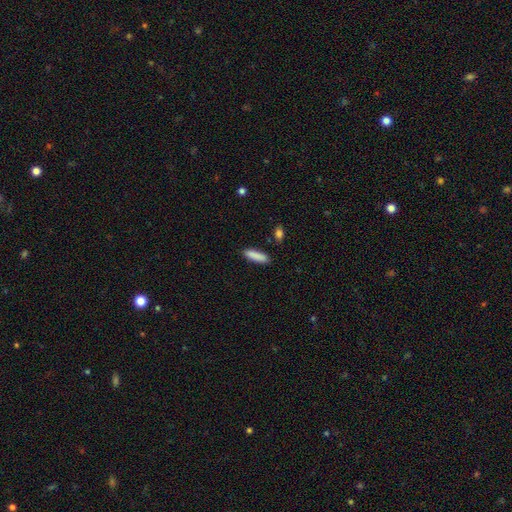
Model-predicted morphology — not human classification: A smooth galaxy with no disk features (88%) that is cigar-shaped (65%).

Vote fractions:
- Smooth or featured? smooth: 88% / star or artifact: 7% / featured or disk: 6%
- How rounded? cigar-shaped: 65% / in between: 33% / round: 2%
- Merging? none: 87% / minor disturbance: 9% / merger: 2% / major disturbance: 2%